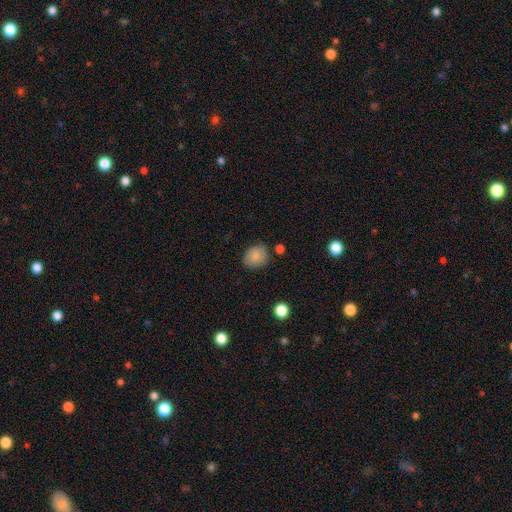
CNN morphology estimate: A smooth galaxy with no disk features (81%) that is round (56%).

Vote fractions:
- Smooth or featured? smooth: 81% / featured or disk: 11% / star or artifact: 9%
- How rounded? round: 56% / in between: 43% / cigar-shaped: 1%
- Merging? none: 74% / minor disturbance: 19% / major disturbance: 4% / merger: 3%